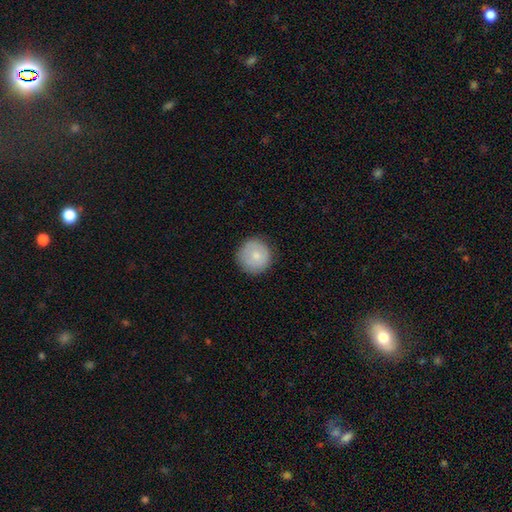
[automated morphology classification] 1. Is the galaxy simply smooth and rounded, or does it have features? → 80% smooth, 13% featured or disk, 7% star or artifact.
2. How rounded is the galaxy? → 95% round, 4% in between, 1% cigar-shaped.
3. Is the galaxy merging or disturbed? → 86% none, 11% minor disturbance, 2% major disturbance, 1% merger.